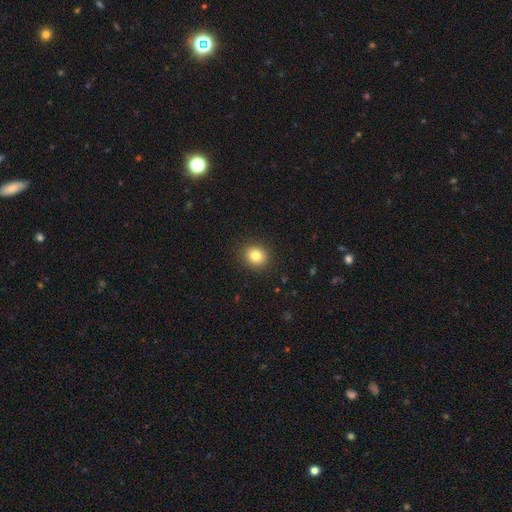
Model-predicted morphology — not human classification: Smooth or featured?
  - smooth: 82% *
  - star or artifact: 11%
  - featured or disk: 7%
How rounded?
  - round: 77% *
  - in between: 22%
  - cigar-shaped: 1%
Merging?
  - none: 90% *
  - minor disturbance: 7%
  - major disturbance: 2%
  - merger: 1%